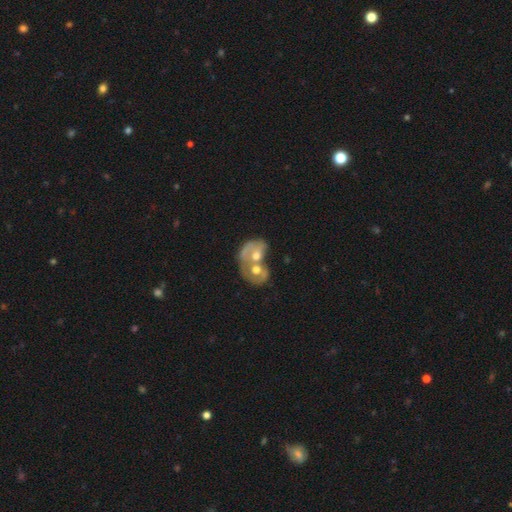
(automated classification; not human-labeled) A featured or disk galaxy (58%) with no bar (83%), no spiral arms (69%) and a moderate central bulge (71%).

Vote fractions:
- Smooth or featured? featured or disk: 58% / smooth: 34% / star or artifact: 8%
- Edge-on disk? no: 96% / yes: 4%
- Bar? no: 83% / weak: 13% / strong: 4%
- Spiral arms? no: 69% / yes: 31%
- Bulge size? moderate: 71% / small: 15% / large: 8% / none: 4% / dominant: 2%
- Merging? merger: 73% / none: 13% / major disturbance: 7% / minor disturbance: 6%